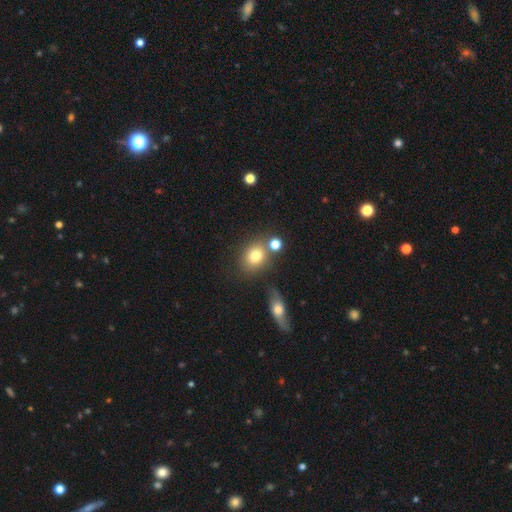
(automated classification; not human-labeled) Morphology: type=smooth (77%); roundness=round (53%); merging=none (65%).